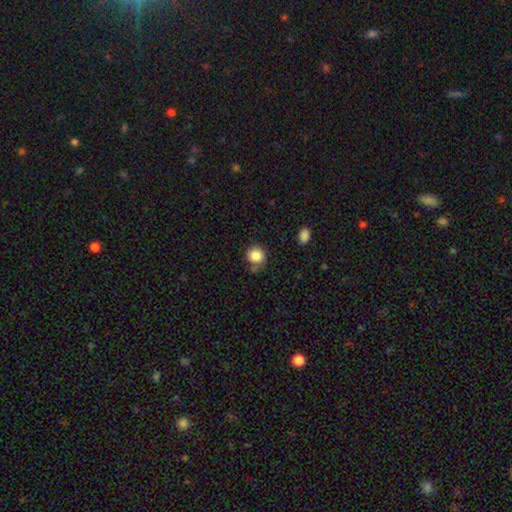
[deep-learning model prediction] Smooth or featured?
  - smooth: 85% *
  - star or artifact: 10%
  - featured or disk: 5%
How rounded?
  - round: 91% *
  - in between: 9%
  - cigar-shaped: 1%
Merging?
  - none: 71% *
  - minor disturbance: 17%
  - merger: 6%
  - major disturbance: 5%